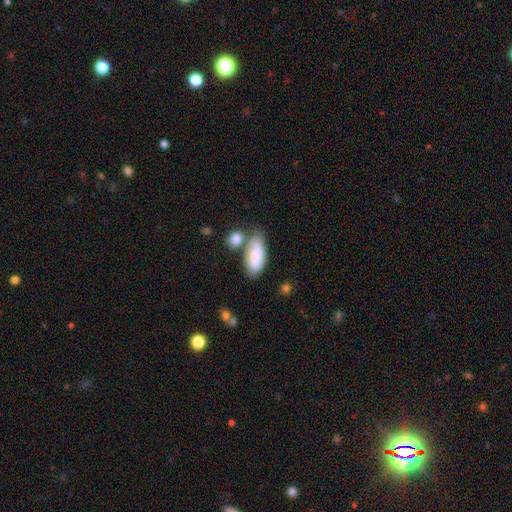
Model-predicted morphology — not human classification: type=smooth (80%); roundness=in between (88%); merging=none (45%).